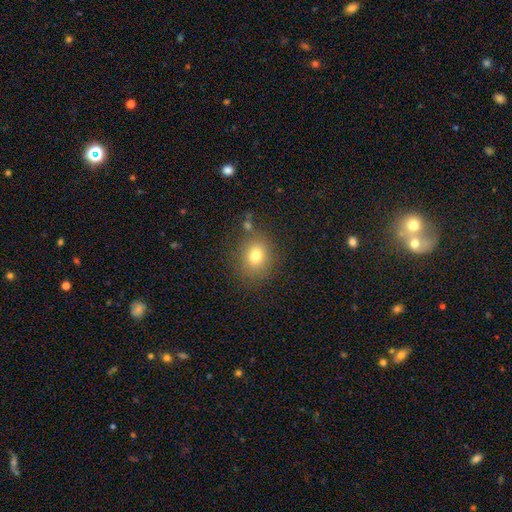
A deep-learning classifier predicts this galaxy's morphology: smooth-or-featured: smooth: 77% | star or artifact: 13% | featured or disk: 10%
  how-rounded: round: 67% | in between: 32% | cigar-shaped: 1%
  merging: none: 81% | minor disturbance: 11% | major disturbance: 4% | merger: 4%